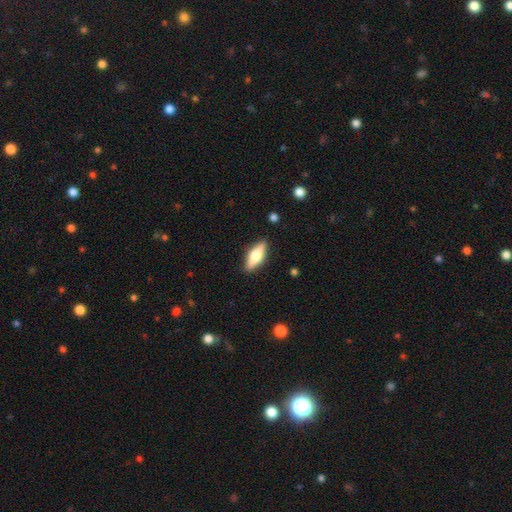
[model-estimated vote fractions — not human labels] The model was most divided on "smooth or featured": smooth: 53%, featured or disk: 41%, star or artifact: 6%. More confident: merging — none (88%); how rounded — in between (59%).